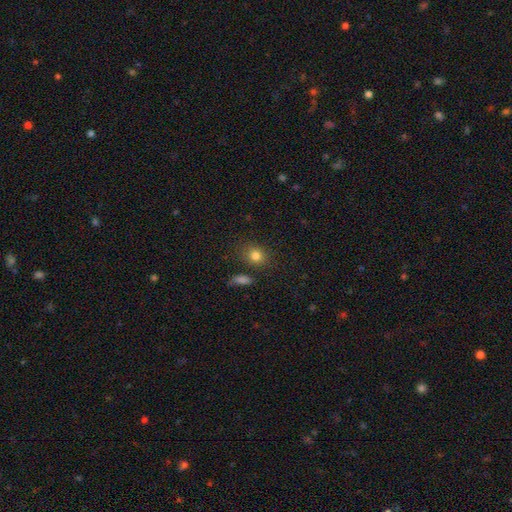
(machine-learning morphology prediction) This is clearly a smooth galaxy (81%). How rounded: possibly round (59%). Merging: likely none (79%).